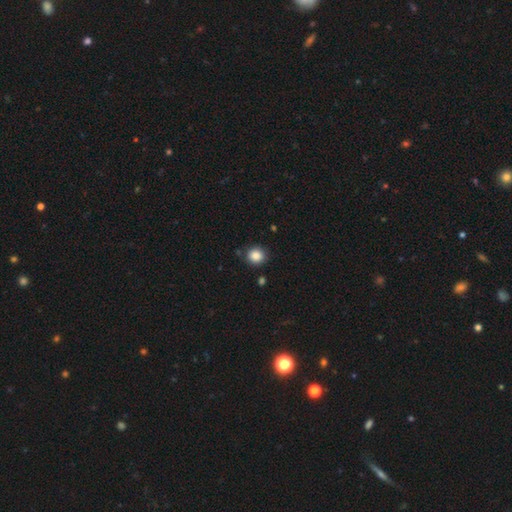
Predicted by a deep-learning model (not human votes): Overall: smooth (87%). How rounded: round (85%). Merging: none (85%).